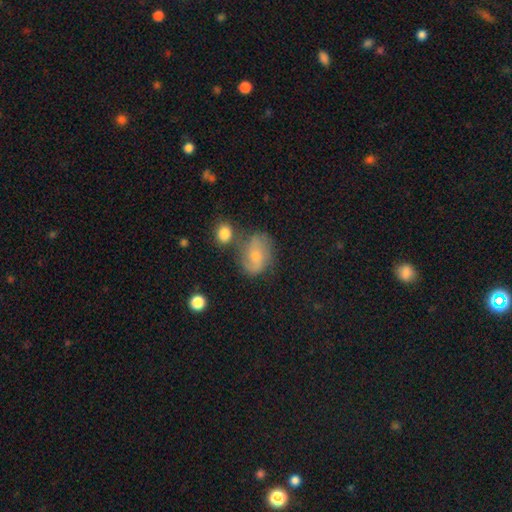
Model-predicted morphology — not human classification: Q: Smooth or featured?
A: featured or disk (47%); runner-up: smooth (43%)
Q: Merging?
A: none (57%); runner-up: minor disturbance (23%)